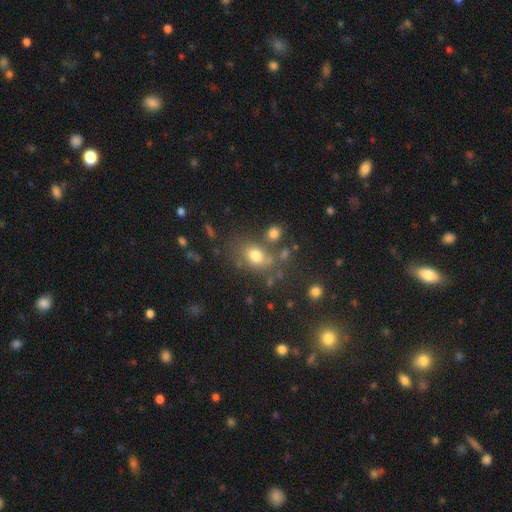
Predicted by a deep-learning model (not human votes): A smooth galaxy with no disk features (74%) that is in between round and cigar-shaped (63%).

Vote fractions:
- Smooth or featured? smooth: 74% / star or artifact: 14% / featured or disk: 12%
- How rounded? in between: 63% / round: 35% / cigar-shaped: 2%
- Merging? none: 62% / minor disturbance: 16% / merger: 14% / major disturbance: 8%